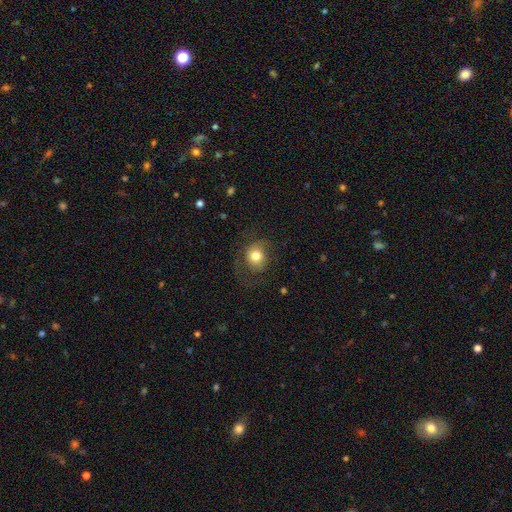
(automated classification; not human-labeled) The model was most divided on "merging": none: 62%, minor disturbance: 19%, major disturbance: 18%, merger: 1%. More confident: how rounded — round (77%); smooth or featured — smooth (75%).